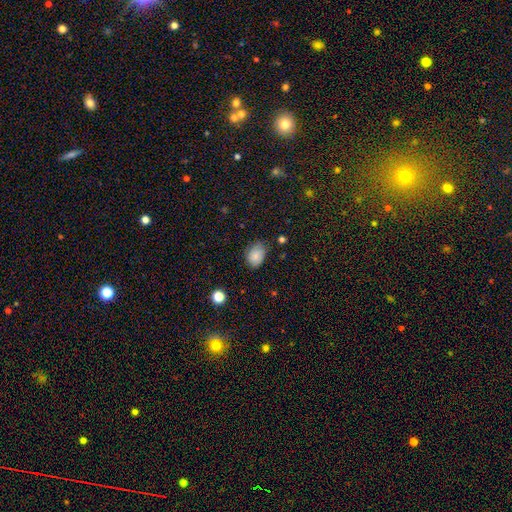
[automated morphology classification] Smooth or featured? smooth (83%)
How rounded? in between (76%)
Merging? none (71%)